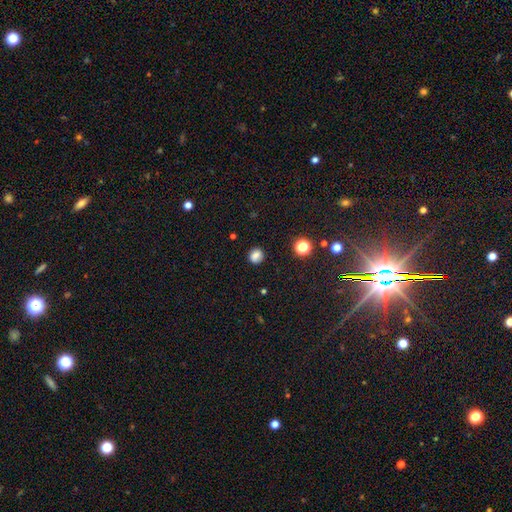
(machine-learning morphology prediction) A smooth galaxy with no disk features (80%) that is round (76%). Merging: none (84%).